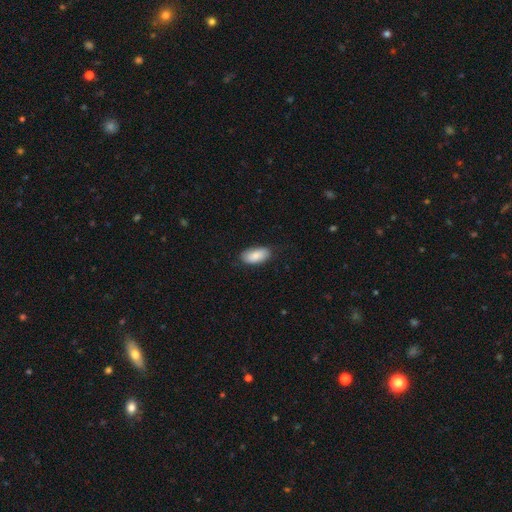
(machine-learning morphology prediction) Smooth or featured? smooth (87%)
How rounded? in between (93%)
Merging? none (81%)